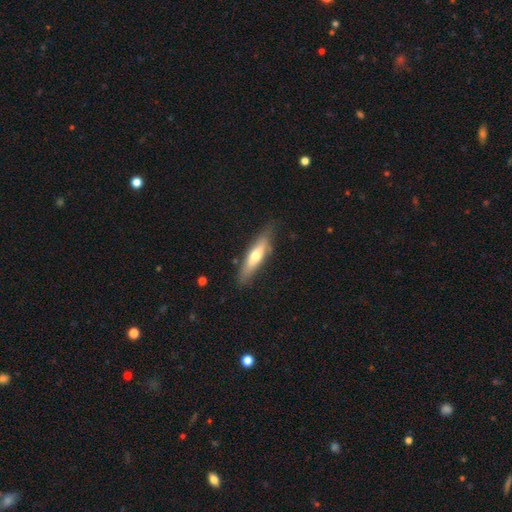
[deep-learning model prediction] A smooth galaxy with no disk features (53%) that is cigar-shaped (70%).

Vote fractions:
- Smooth or featured? smooth: 53% / featured or disk: 41% / star or artifact: 6%
- How rounded? cigar-shaped: 70% / in between: 28% / round: 2%
- Merging? none: 77% / minor disturbance: 17% / major disturbance: 4% / merger: 2%